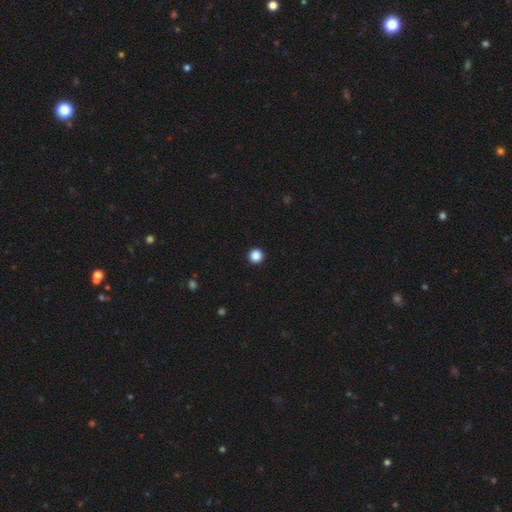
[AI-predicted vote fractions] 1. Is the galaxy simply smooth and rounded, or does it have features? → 87% smooth, 10% star or artifact, 3% featured or disk.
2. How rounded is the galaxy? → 96% round, 4% in between, 1% cigar-shaped.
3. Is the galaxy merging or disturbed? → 94% none, 3% minor disturbance, 1% major disturbance, 1% merger.